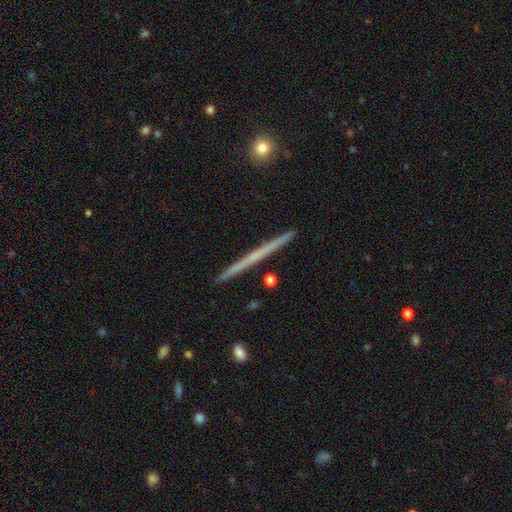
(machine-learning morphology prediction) Smooth or featured? featured or disk (61%)
Edge-on disk? yes (98%)
Edge-on bulge? none (83%)
Merging? none (92%)